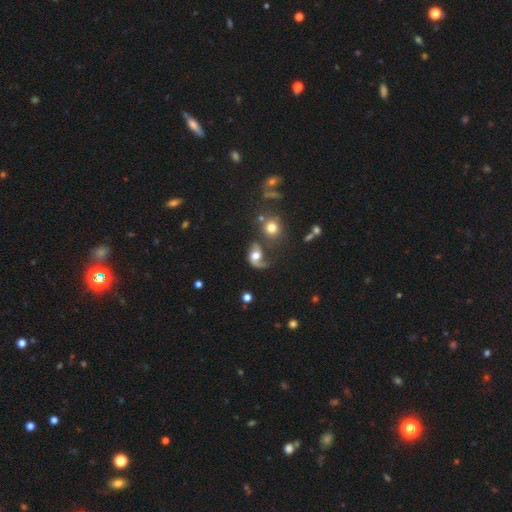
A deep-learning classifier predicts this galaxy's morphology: type=featured or disk (61%); edge-on=no (96%); bar=no (67%); spiral arms=yes (85%); bulge=moderate (48%); merging=major disturbance (35%).